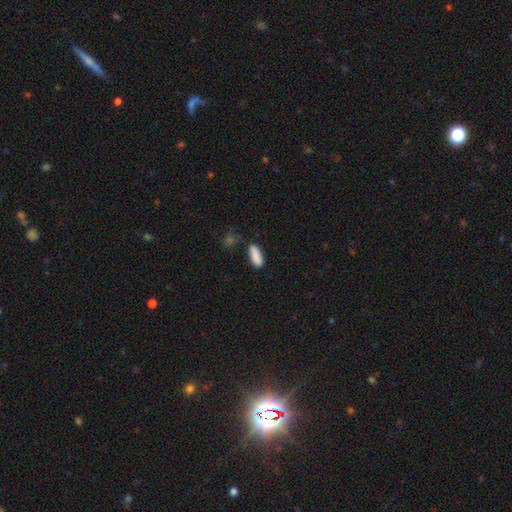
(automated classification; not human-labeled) This appears to be a smooth galaxy with no disk features (88%) that is in between round and cigar-shaped (61%). Merging: none (72%).